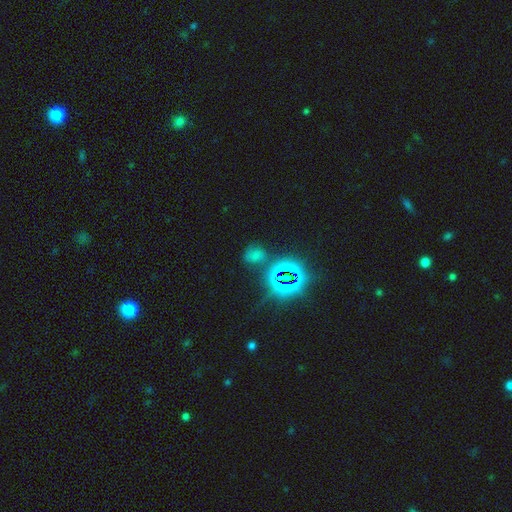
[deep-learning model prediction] smooth-or-featured: star or artifact: 48% | smooth: 41% | featured or disk: 11%